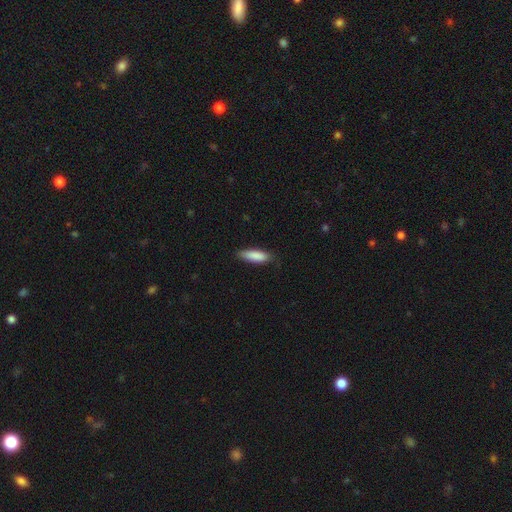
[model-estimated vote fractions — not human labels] Overall: smooth (87%). How rounded: cigar-shaped (54%; in between 45%). Merging: none (79%).